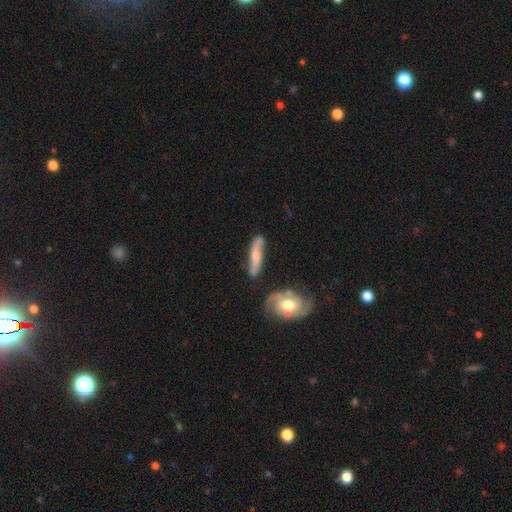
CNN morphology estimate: Smooth or featured? featured or disk (48%)
Merging? none (69%)